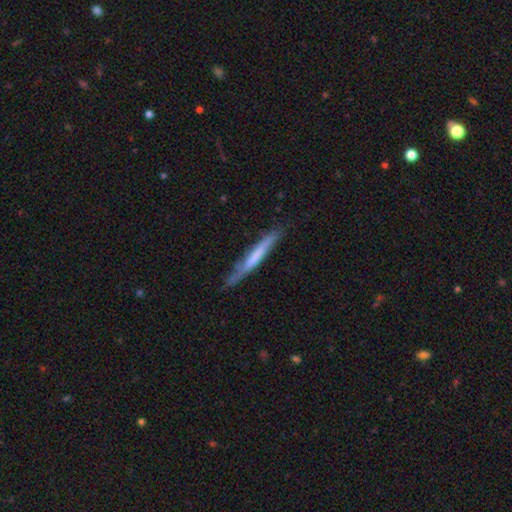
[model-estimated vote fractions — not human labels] Morphology: type=smooth (49%); merging=none (73%).